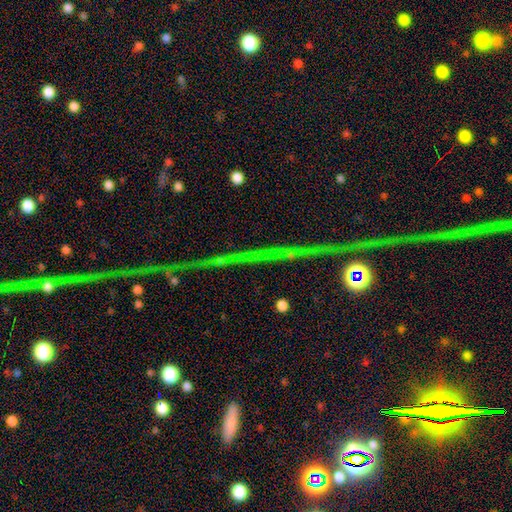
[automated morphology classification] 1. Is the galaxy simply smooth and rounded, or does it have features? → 76% star or artifact, 14% featured or disk, 10% smooth.